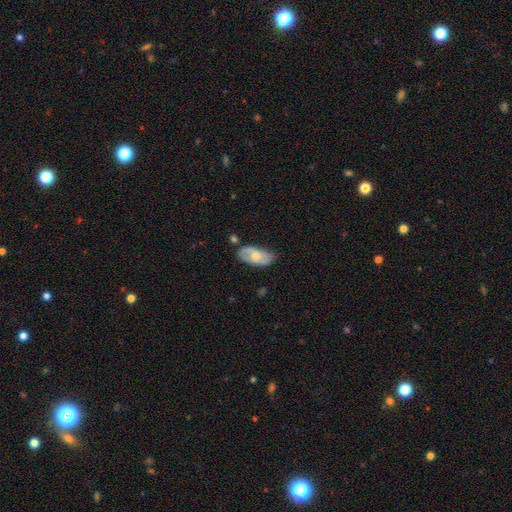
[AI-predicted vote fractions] This appears to be a smooth galaxy with no disk features (51%) that is in between round and cigar-shaped (91%). Merging: none (66%).